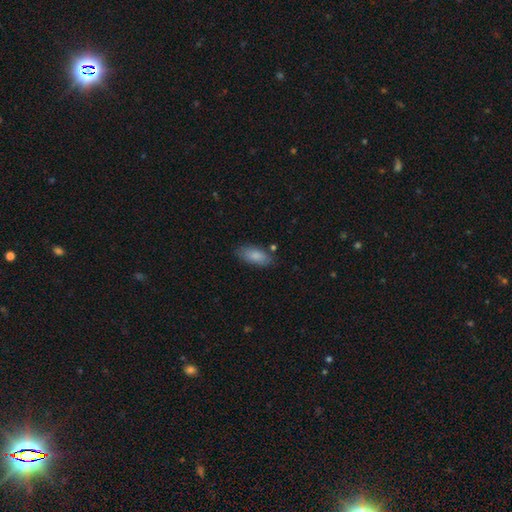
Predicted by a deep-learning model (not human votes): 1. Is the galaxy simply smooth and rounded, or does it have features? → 86% smooth, 8% featured or disk, 6% star or artifact.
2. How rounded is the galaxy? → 86% in between, 12% cigar-shaped, 2% round.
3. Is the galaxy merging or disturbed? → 78% none, 15% minor disturbance, 4% merger, 4% major disturbance.